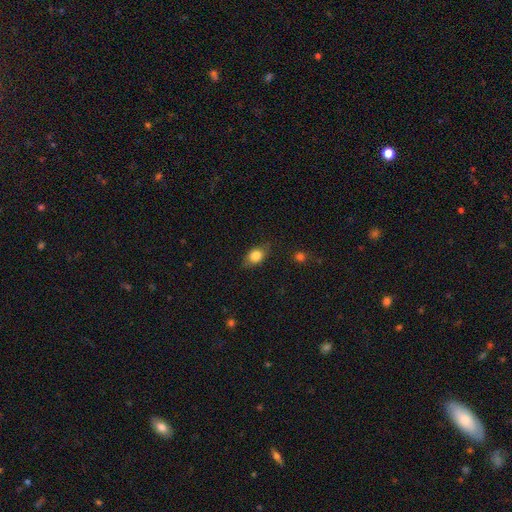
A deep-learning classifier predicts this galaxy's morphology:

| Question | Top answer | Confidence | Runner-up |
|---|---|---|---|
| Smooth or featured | smooth | 81% | featured or disk (11%) |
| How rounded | in between | 72% | round (25%) |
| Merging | none | 78% | minor disturbance (17%) |